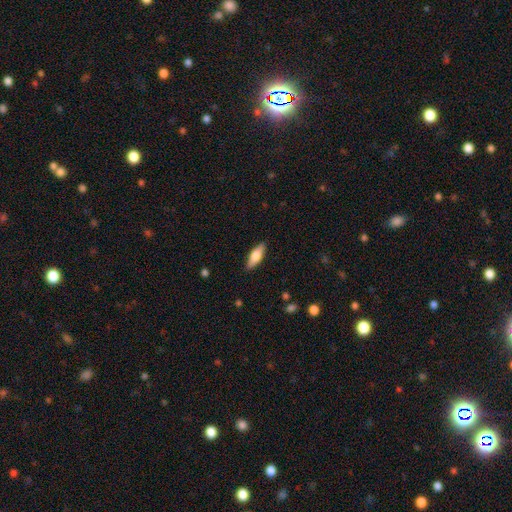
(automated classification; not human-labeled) This is likely a smooth galaxy (67%). How rounded: likely in between (62%). Merging: clearly none (88%).